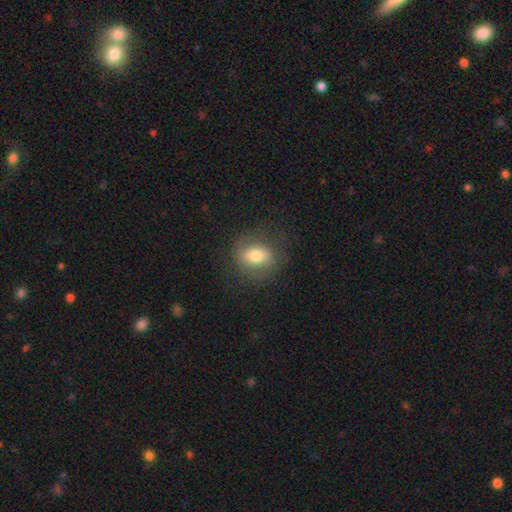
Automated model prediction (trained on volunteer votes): smooth 64%, featured or disk 26%, star or artifact 10%. Down the decision tree: how rounded — in between (49%, tied with round); merging — none (80%).